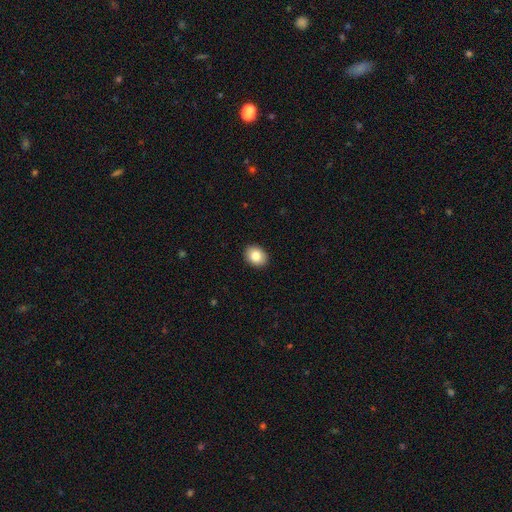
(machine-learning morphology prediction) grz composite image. It shows a smooth galaxy with no disk features (84%) that is in between round and cigar-shaped (58%). Merging: none (91%).